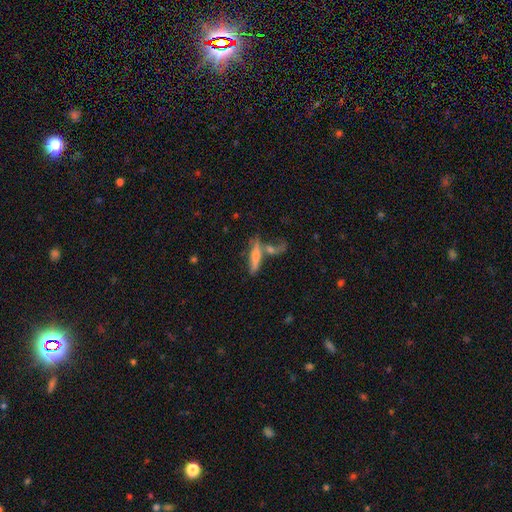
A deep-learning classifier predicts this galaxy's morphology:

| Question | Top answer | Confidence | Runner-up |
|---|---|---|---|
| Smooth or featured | smooth | 46% | featured or disk (45%) |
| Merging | none | 52% | merger (29%) |